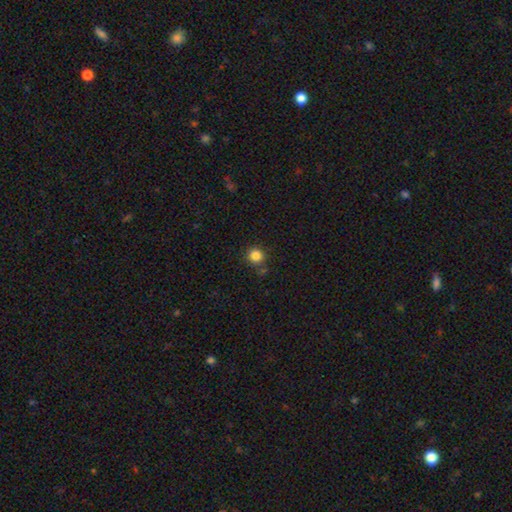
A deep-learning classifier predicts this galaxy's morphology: This is clearly a smooth galaxy (85%). How rounded: clearly round (92%). Merging: clearly none (81%).